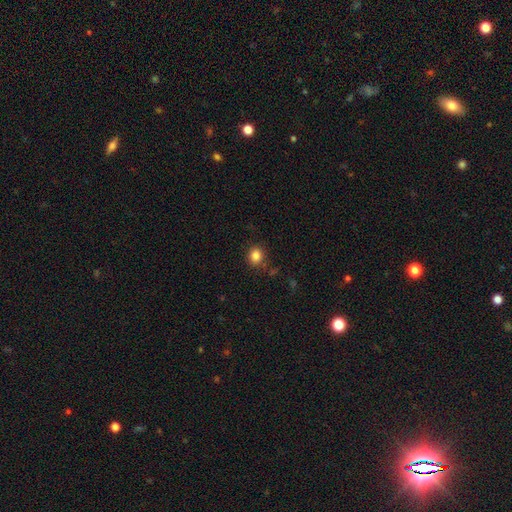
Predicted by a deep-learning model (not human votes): smooth_or_featured: smooth (p=0.84) [alt: star or artifact p=0.11]
how_rounded: round (p=0.70) [alt: in between p=0.29]
merging: none (p=0.84) [alt: minor disturbance p=0.11]